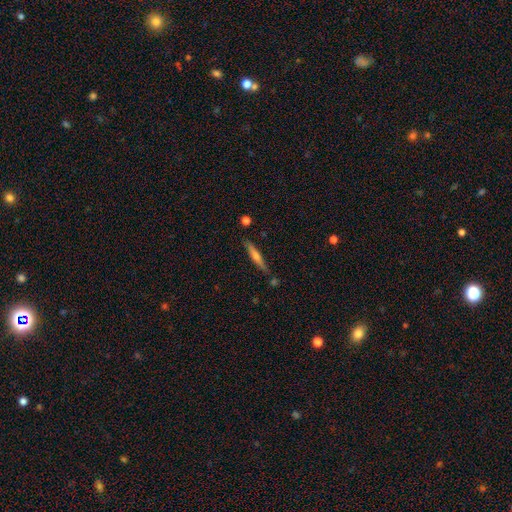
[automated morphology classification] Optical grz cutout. It shows a featured or disk galaxy (61%) viewed edge-on (97%) with a rounded central bulge (79%). Merging: none (85%).